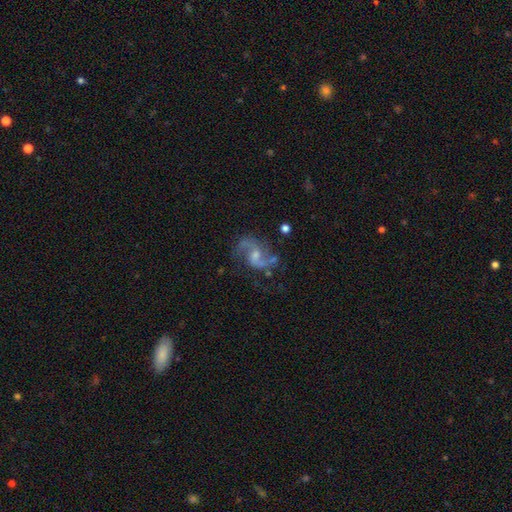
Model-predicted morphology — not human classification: Q: Smooth or featured?
A: featured or disk (88%); runner-up: star or artifact (7%)
Q: Edge-on disk?
A: no (98%); runner-up: yes (2%)
Q: Bar?
A: weak (47%); runner-up: no (42%)
Q: Spiral arms?
A: yes (97%); runner-up: no (3%)
Q: Spiral winding?
A: loose (49%); runner-up: medium (43%)
Q: Spiral arm count?
A: 2 (92%); runner-up: can't tell (3%)
Q: Bulge size?
A: small (45%); runner-up: moderate (39%)
Q: Merging?
A: none (73%); runner-up: minor disturbance (16%)